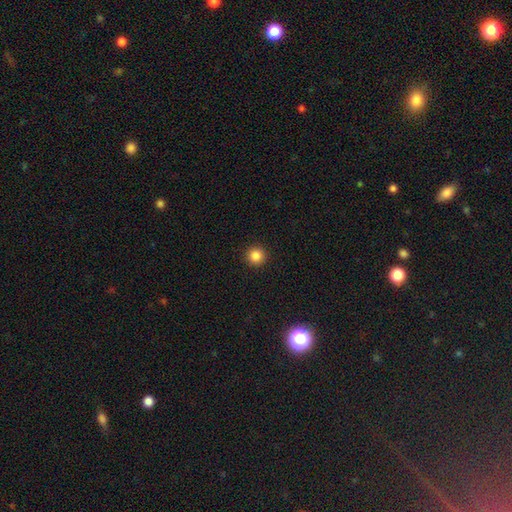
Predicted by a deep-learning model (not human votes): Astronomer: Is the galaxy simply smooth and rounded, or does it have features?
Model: smooth — 85%.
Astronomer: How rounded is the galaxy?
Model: round — 96%.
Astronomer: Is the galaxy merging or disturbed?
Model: none — 93%.